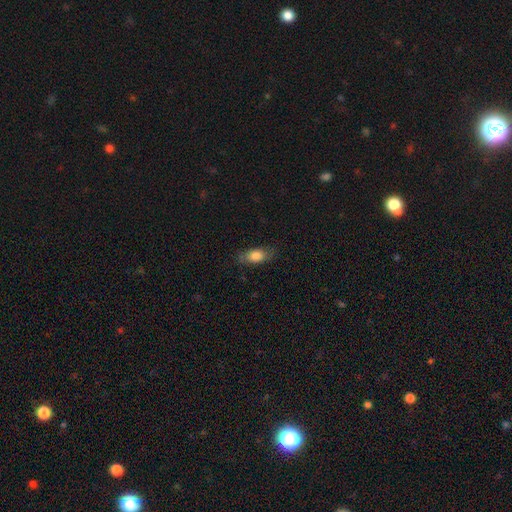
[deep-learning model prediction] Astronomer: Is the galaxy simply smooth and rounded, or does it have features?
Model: smooth — 77%.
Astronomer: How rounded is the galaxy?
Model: in between — 83%.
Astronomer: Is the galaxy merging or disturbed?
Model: none — 74%.